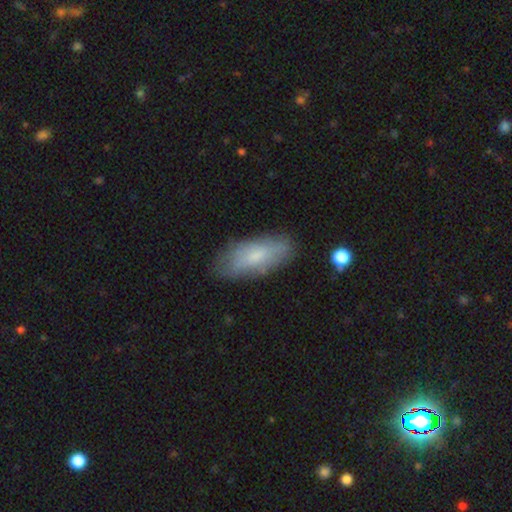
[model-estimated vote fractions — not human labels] Smooth or featured? Predicted: smooth (p=0.70). How rounded? Predicted: in between (p=0.78). Merging? Predicted: none (p=0.75).